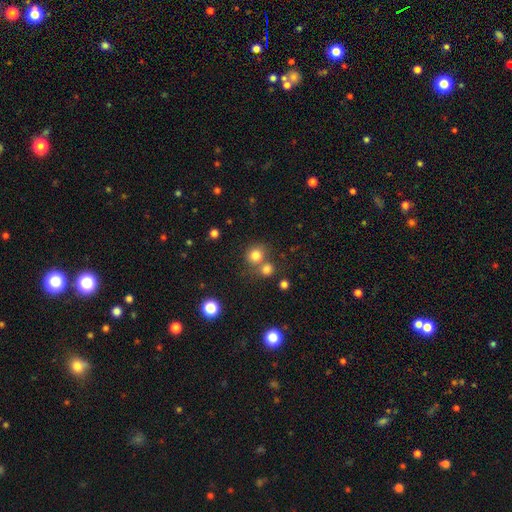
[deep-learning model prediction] A smooth galaxy with no disk features (79%) that is round (86%). Merging: none (57%).